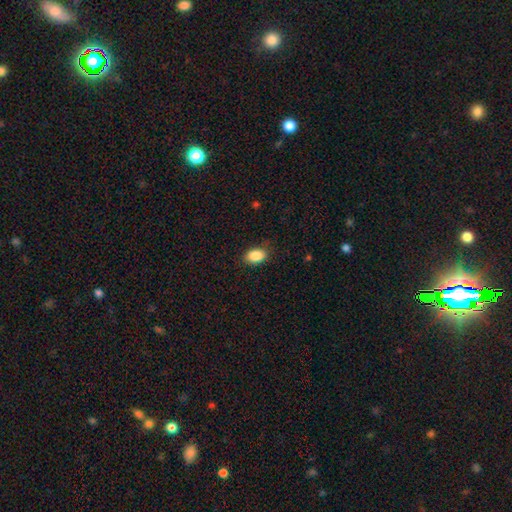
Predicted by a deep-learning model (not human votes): Smooth or featured? smooth (89%)
How rounded? in between (89%)
Merging? none (84%)